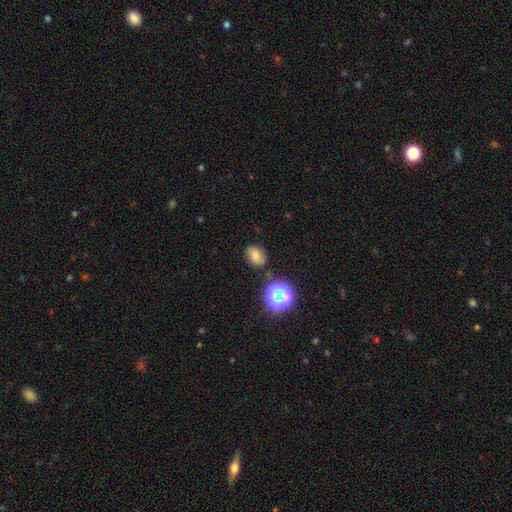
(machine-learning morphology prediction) Smooth or featured: smooth — 71% (star or artifact — 17%)
How rounded: in between — 72% (round — 26%)
Merging: none — 75% (minor disturbance — 17%)